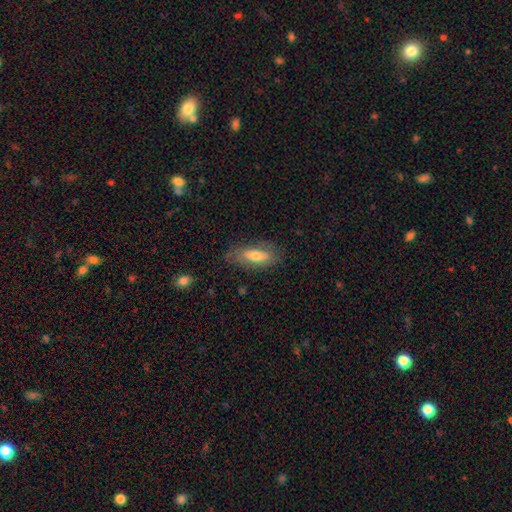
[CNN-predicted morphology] The model was most divided on "smooth or featured": smooth: 63%, featured or disk: 30%, star or artifact: 7%. More confident: merging — none (74%); how rounded — in between (73%).